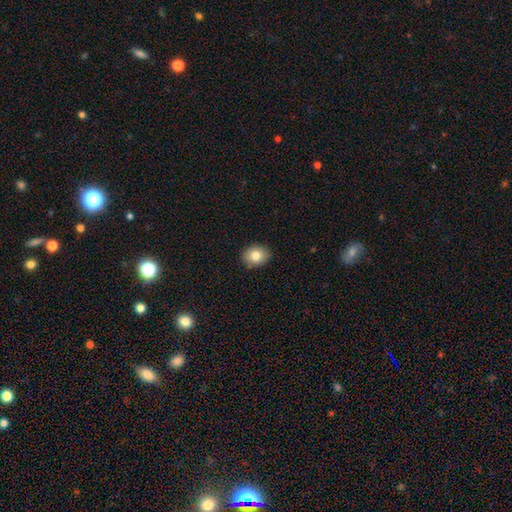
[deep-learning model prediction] Smooth or featured?
  - smooth: 82% *
  - featured or disk: 9%
  - star or artifact: 9%
How rounded?
  - round: 52% *
  - in between: 47%
  - cigar-shaped: 1%
Merging?
  - none: 90% *
  - minor disturbance: 8%
  - major disturbance: 2%
  - merger: 1%